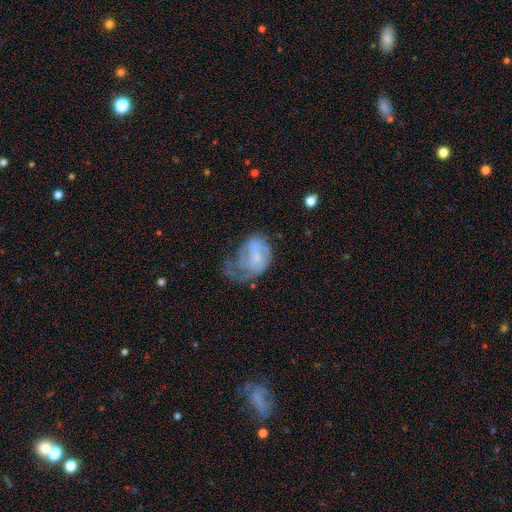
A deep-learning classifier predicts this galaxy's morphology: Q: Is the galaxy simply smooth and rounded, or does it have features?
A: featured or disk — 52%.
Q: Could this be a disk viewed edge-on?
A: no — 97%.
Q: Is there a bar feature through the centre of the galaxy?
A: no — 66%.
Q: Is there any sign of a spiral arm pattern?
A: yes — 55%.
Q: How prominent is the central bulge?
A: small — 44%.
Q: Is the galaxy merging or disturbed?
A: major disturbance — 49%.